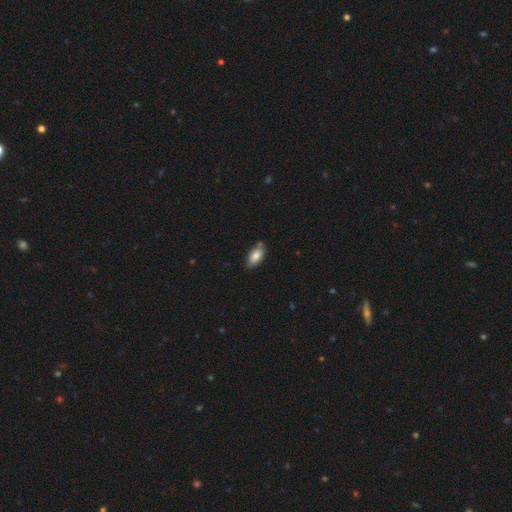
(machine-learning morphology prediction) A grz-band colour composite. It shows a smooth galaxy with no disk features (82%) that is in between round and cigar-shaped (91%). Merging: none (78%).